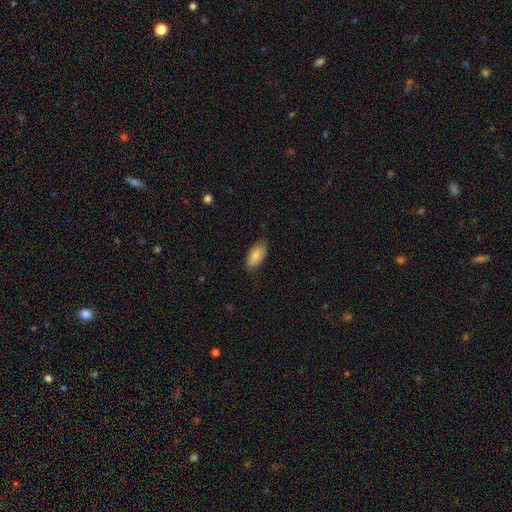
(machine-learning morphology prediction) Smooth or featured? smooth (84%)
How rounded? in between (92%)
Merging? none (80%)